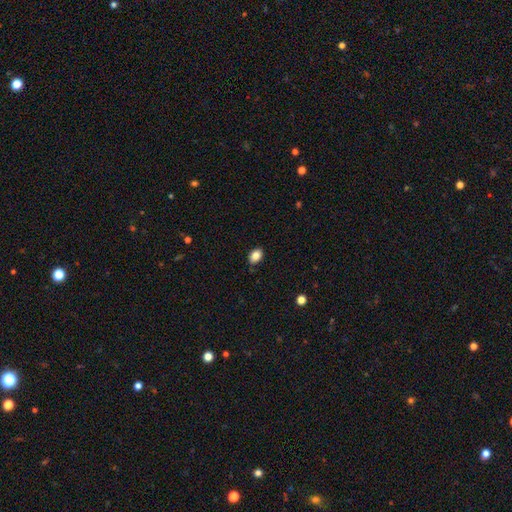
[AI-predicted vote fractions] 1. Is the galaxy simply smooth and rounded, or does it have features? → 84% smooth, 9% star or artifact, 7% featured or disk.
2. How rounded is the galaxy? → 79% in between, 20% round, 1% cigar-shaped.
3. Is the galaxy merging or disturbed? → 85% none, 12% minor disturbance, 2% major disturbance, 1% merger.